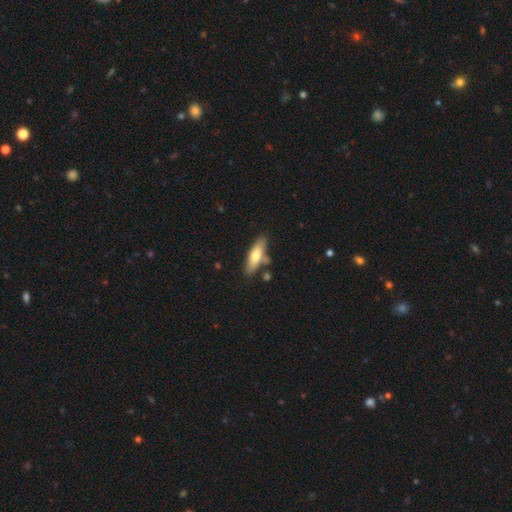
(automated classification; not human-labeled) Smooth or featured? Predicted: smooth (p=0.66). How rounded? Predicted: cigar-shaped (p=0.51). Merging? Predicted: none (p=0.73).